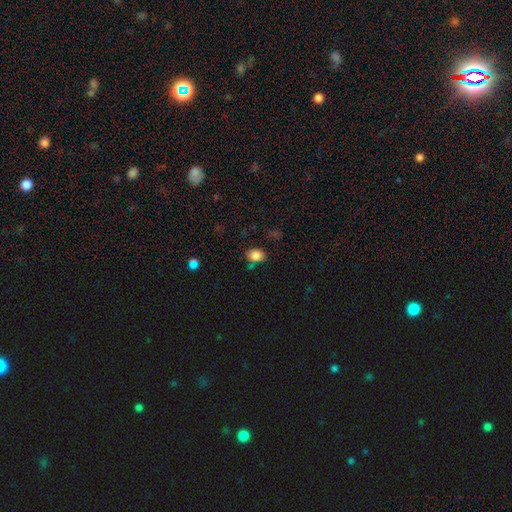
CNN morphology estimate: Q: Smooth or featured?
A: smooth (84%); runner-up: star or artifact (10%)
Q: How rounded?
A: in between (61%); runner-up: round (38%)
Q: Merging?
A: none (73%); runner-up: minor disturbance (16%)